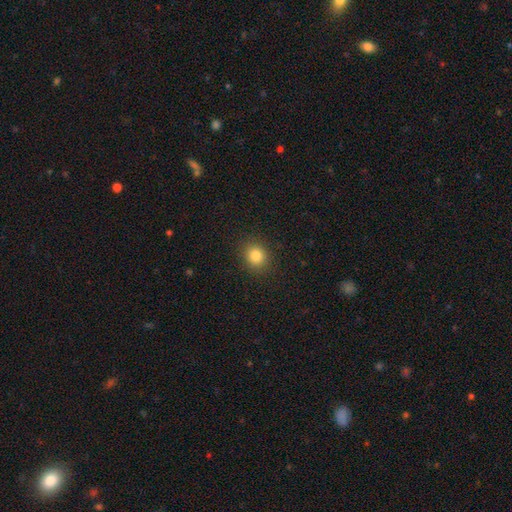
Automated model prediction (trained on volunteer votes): Smooth or featured?
  - smooth: 82% *
  - star or artifact: 12%
  - featured or disk: 6%
How rounded?
  - round: 78% *
  - in between: 21%
  - cigar-shaped: 1%
Merging?
  - none: 89% *
  - minor disturbance: 7%
  - major disturbance: 3%
  - merger: 1%